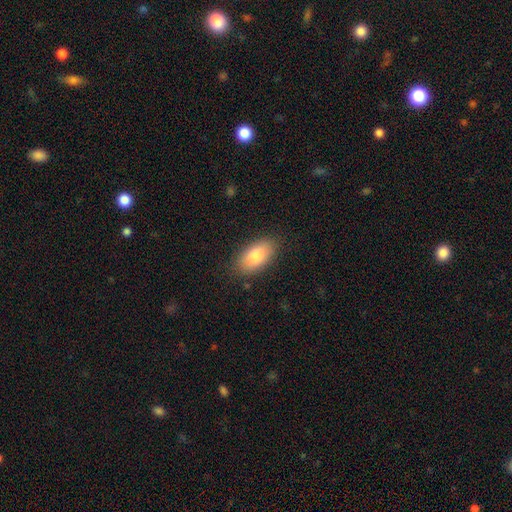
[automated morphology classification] A smooth galaxy with no disk features (83%) that is in between round and cigar-shaped (93%).

Vote fractions:
- Smooth or featured? smooth: 83% / featured or disk: 10% / star or artifact: 7%
- How rounded? in between: 93% / cigar-shaped: 4% / round: 4%
- Merging? none: 84% / minor disturbance: 12% / major disturbance: 3% / merger: 1%